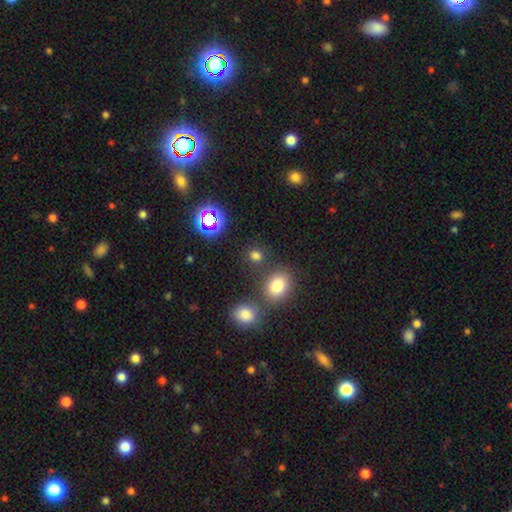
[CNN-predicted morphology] Q: Smooth or featured?
A: smooth (70%); runner-up: star or artifact (24%)
Q: How rounded?
A: round (75%); runner-up: in between (23%)
Q: Merging?
A: none (76%); runner-up: merger (11%)